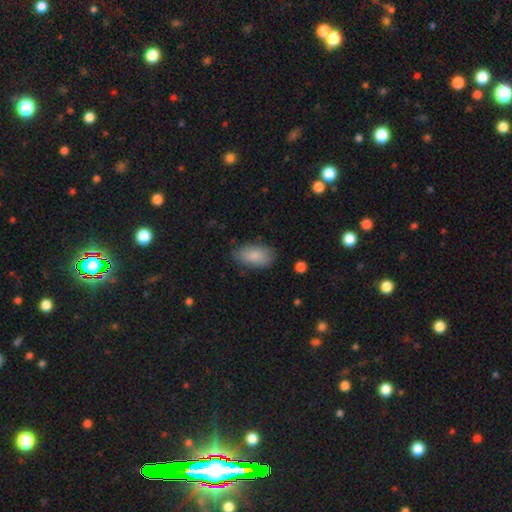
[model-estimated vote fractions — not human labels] Smooth or featured? smooth (84%)
How rounded? in between (93%)
Merging? none (76%)